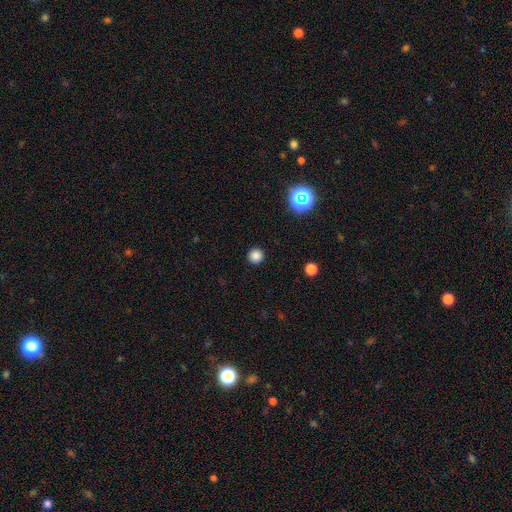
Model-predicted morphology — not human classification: smooth-or-featured: smooth: 84% | star or artifact: 13% | featured or disk: 3%
  how-rounded: round: 96% | in between: 3% | cigar-shaped: 1%
  merging: none: 93% | minor disturbance: 5% | major disturbance: 2% | merger: 1%